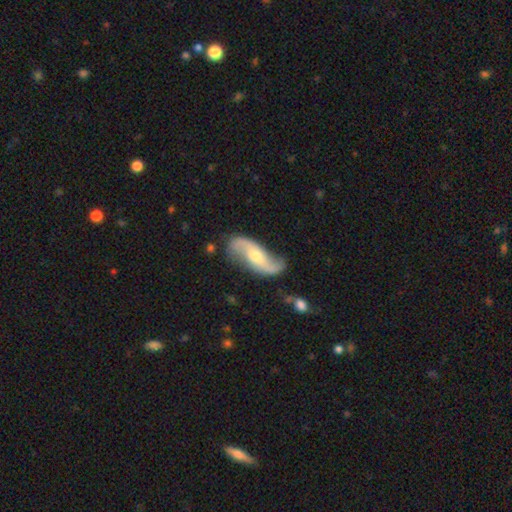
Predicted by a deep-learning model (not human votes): A featured or disk galaxy (84%) with no bar (51%), 2 (93%) loose (81%) spiral arms (95%) and a moderate central bulge (51%). Merging: none (74%).